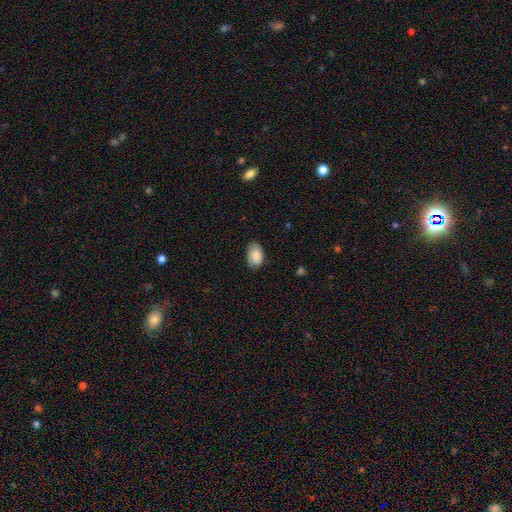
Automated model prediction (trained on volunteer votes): The model was most divided on "merging": none: 76%, minor disturbance: 20%, major disturbance: 3%, merger: 1%. More confident: how rounded — in between (91%); smooth or featured — smooth (81%).